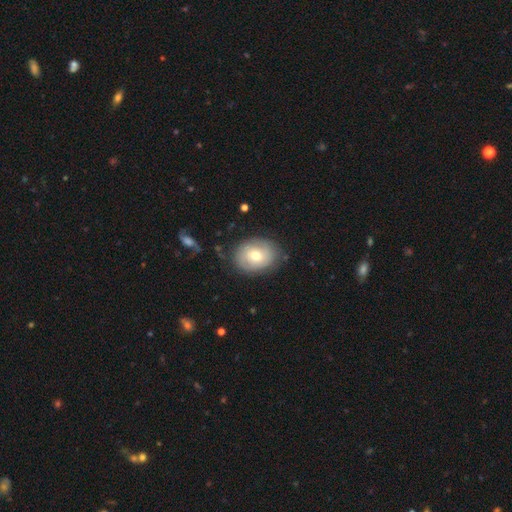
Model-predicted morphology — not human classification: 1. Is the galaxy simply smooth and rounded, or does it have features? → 57% smooth, 35% featured or disk, 8% star or artifact.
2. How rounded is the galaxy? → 59% in between, 41% round, 1% cigar-shaped.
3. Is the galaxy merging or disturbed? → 78% none, 16% minor disturbance, 5% major disturbance, 2% merger.